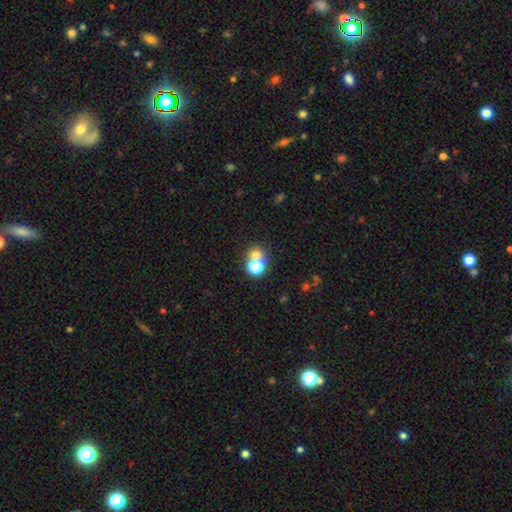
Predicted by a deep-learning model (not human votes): Smooth or featured?
  - smooth: 63% *
  - star or artifact: 25%
  - featured or disk: 11%
How rounded?
  - round: 82% *
  - in between: 17%
  - cigar-shaped: 1%
Merging?
  - none: 50% *
  - merger: 39%
  - minor disturbance: 6%
  - major disturbance: 4%